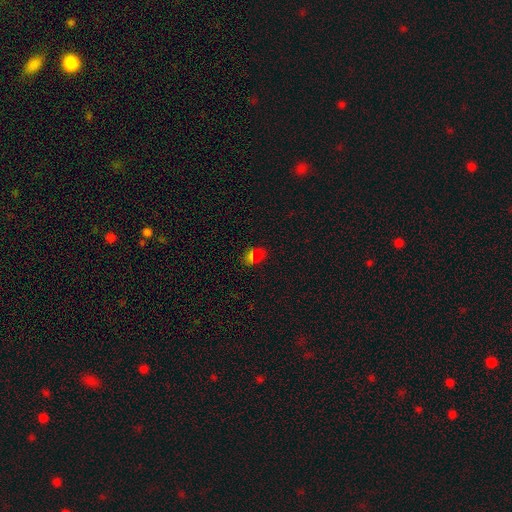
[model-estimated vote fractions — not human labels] The model was most divided on "smooth or featured": smooth: 59%, star or artifact: 34%, featured or disk: 8%. More confident: how rounded — in between (79%); merging — none (78%).